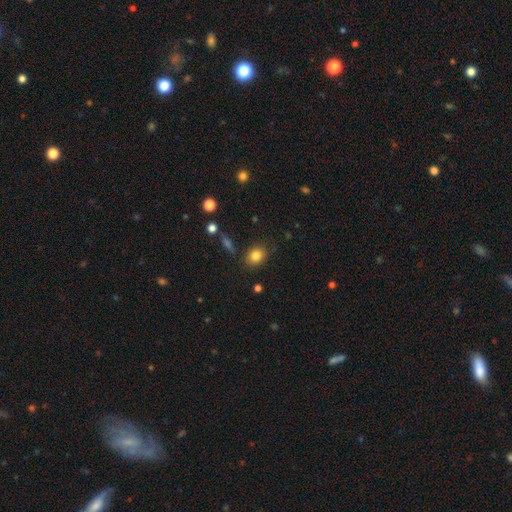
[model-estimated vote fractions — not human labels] smooth_or_featured: smooth (p=0.82) [alt: star or artifact p=0.10]
how_rounded: round (p=0.50) [alt: in between p=0.48]
merging: none (p=0.82) [alt: minor disturbance p=0.12]